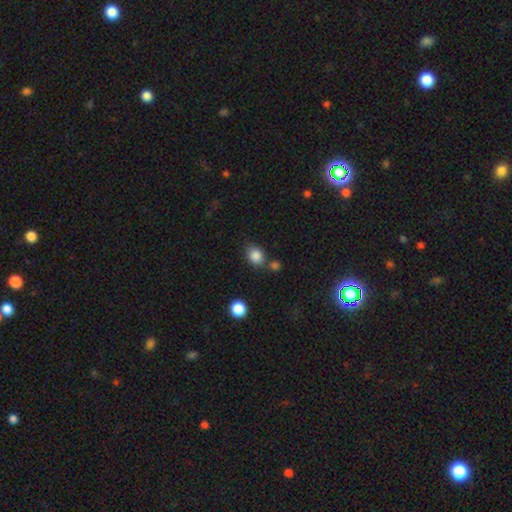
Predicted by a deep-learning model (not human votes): A smooth galaxy with no disk features (85%) that is round (56%).

Vote fractions:
- Smooth or featured? smooth: 85% / star or artifact: 10% / featured or disk: 5%
- How rounded? round: 56% / in between: 43% / cigar-shaped: 1%
- Merging? none: 63% / minor disturbance: 16% / merger: 16% / major disturbance: 5%